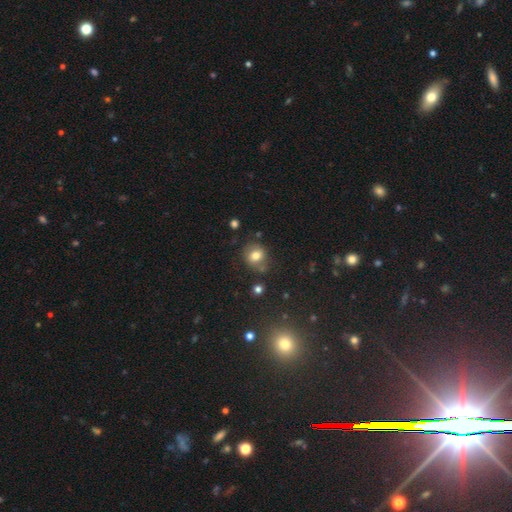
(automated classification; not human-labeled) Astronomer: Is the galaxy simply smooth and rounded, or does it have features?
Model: smooth — 75%.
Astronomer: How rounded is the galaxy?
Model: round — 72%.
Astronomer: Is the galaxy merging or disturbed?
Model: none — 69%.